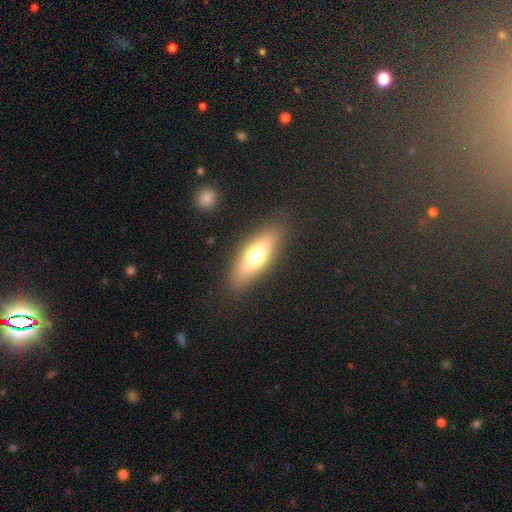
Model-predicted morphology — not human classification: Smooth or featured: smooth — 60% (featured or disk — 31%)
How rounded: in between — 58% (cigar-shaped — 38%)
Merging: none — 86% (minor disturbance — 9%)